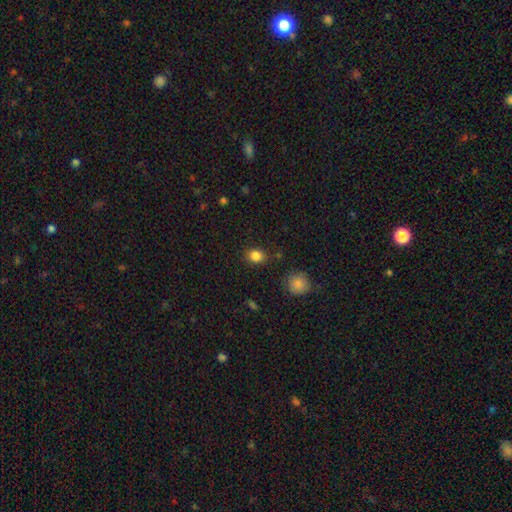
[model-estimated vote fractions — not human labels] Morphology: type=smooth (84%); roundness=round (54%); merging=none (84%).